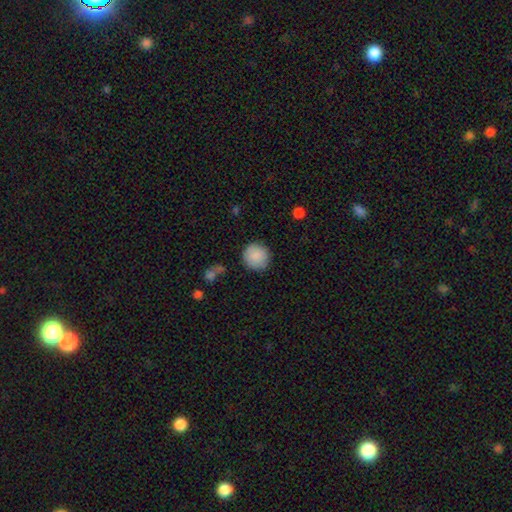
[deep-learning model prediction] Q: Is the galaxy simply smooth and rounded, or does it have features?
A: smooth — 89%.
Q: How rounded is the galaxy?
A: round — 94%.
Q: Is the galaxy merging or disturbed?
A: none — 87%.